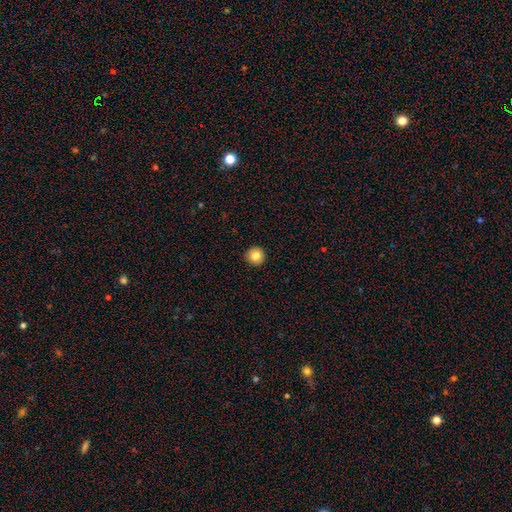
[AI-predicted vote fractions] Smooth or featured: smooth — 84% (star or artifact — 10%)
How rounded: round — 95% (in between — 4%)
Merging: none — 93% (minor disturbance — 4%)